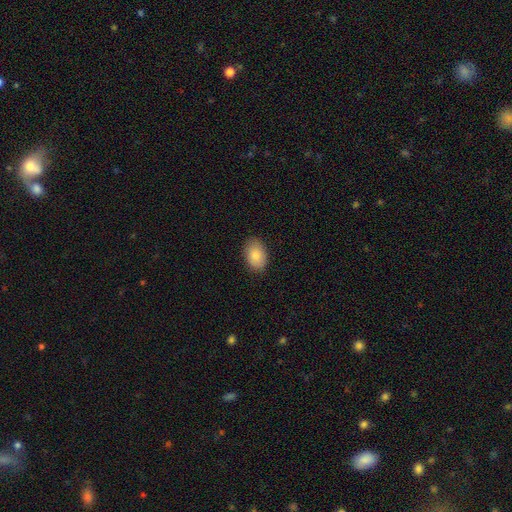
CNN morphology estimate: Smooth or featured? Predicted: smooth (p=0.85). How rounded? Predicted: in between (p=0.88). Merging? Predicted: none (p=0.84).